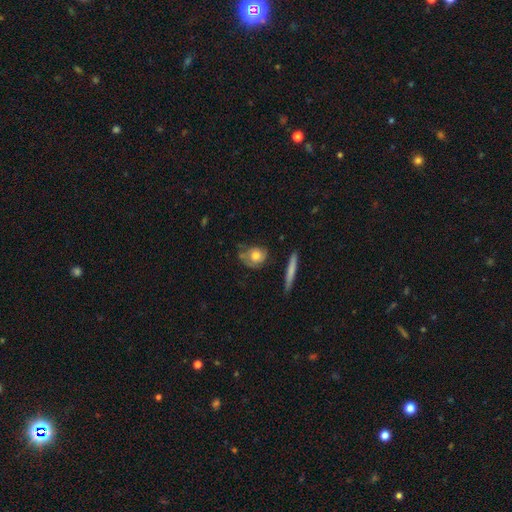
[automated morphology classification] smooth_or_featured: smooth (p=0.65) [alt: featured or disk p=0.28]
how_rounded: round (p=0.59) [alt: in between p=0.34]
merging: none (p=0.57) [alt: minor disturbance p=0.26]